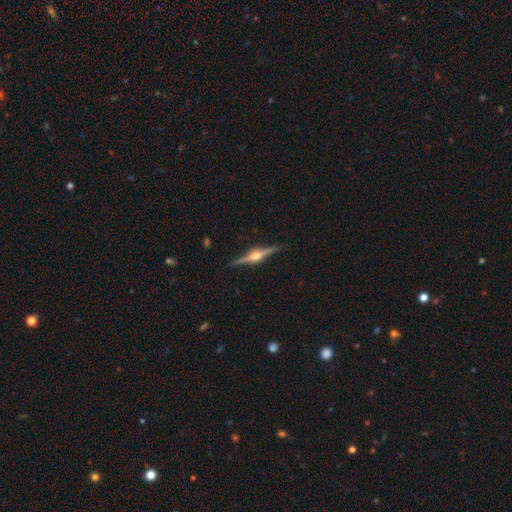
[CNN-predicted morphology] The model was most divided on "smooth or featured": featured or disk: 88%, smooth: 7%, star or artifact: 5%. More confident: edge-on disk — yes (99%); edge-on bulge — rounded (96%); merging — none (91%).